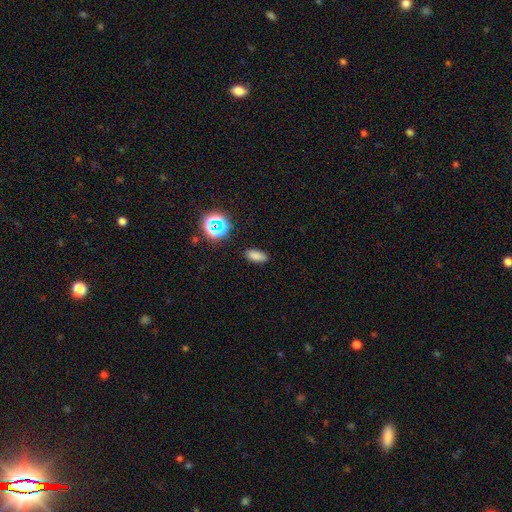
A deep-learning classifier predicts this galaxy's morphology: smooth 78%, star or artifact 16%, featured or disk 6%. Down the decision tree: how rounded — in between (84%); merging — none (87%).